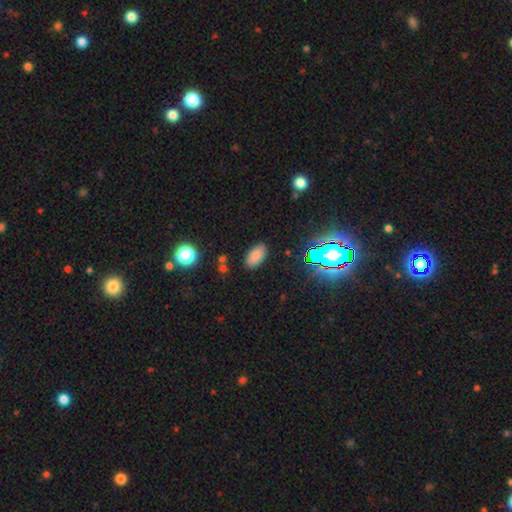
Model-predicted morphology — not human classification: Smooth or featured: smooth — 79% (star or artifact — 14%)
How rounded: in between — 93% (round — 4%)
Merging: none — 86% (minor disturbance — 10%)